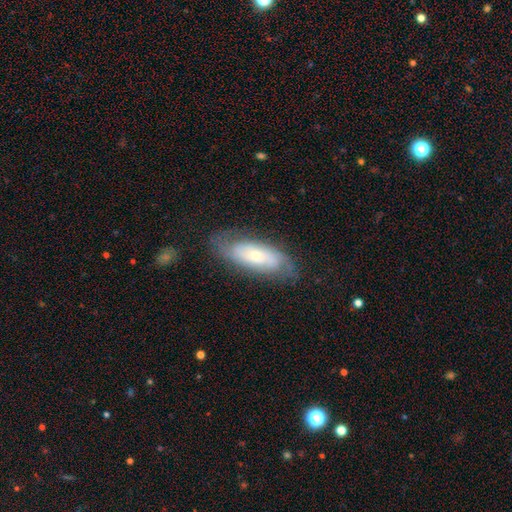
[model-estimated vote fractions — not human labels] A featured or disk galaxy (60%) with no bar (75%), spiral arms (74%) and a small central bulge (60%).

Vote fractions:
- Smooth or featured? featured or disk: 60% / smooth: 33% / star or artifact: 7%
- Edge-on disk? no: 84% / yes: 16%
- Bar? no: 75% / weak: 18% / strong: 6%
- Spiral arms? yes: 74% / no: 26%
- Bulge size? small: 60% / moderate: 35% / large: 2% / none: 1% / dominant: 1%
- Merging? none: 73% / minor disturbance: 18% / major disturbance: 7% / merger: 1%